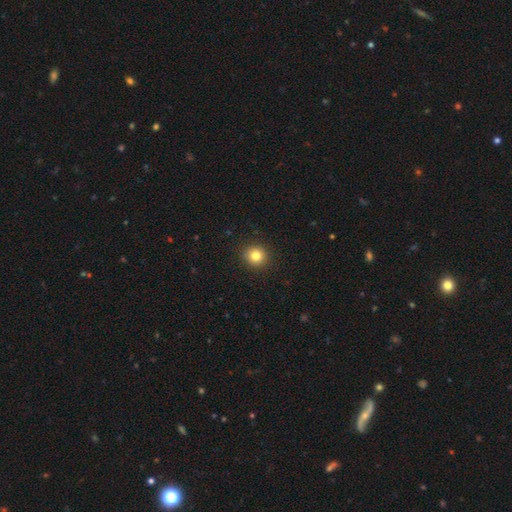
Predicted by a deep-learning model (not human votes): Smooth or featured? Predicted: smooth (p=0.81). How rounded? Predicted: round (p=0.92). Merging? Predicted: none (p=0.92).